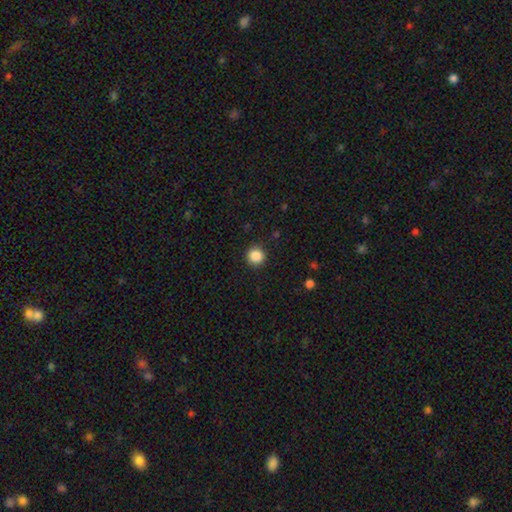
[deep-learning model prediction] Overall: smooth (86%). How rounded: round (93%). Merging: none (90%).